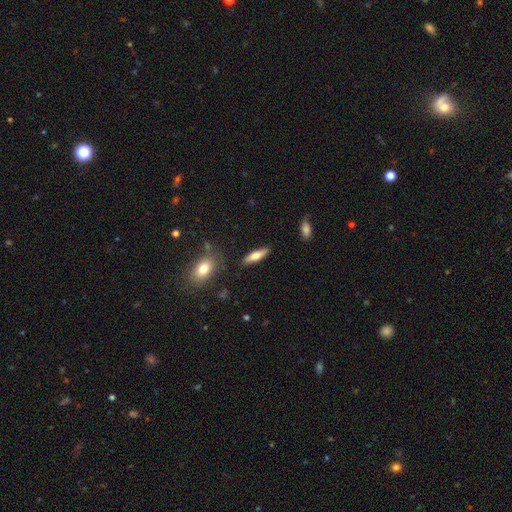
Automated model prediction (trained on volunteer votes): smooth_or_featured: smooth (p=0.64) [alt: featured or disk p=0.30]
how_rounded: cigar-shaped (p=0.65) [alt: in between p=0.32]
merging: none (p=0.84) [alt: minor disturbance p=0.11]